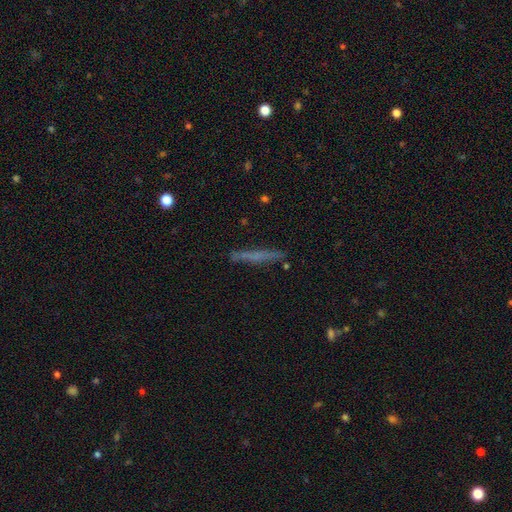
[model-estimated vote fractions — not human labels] Morphology: type=smooth (48%); merging=none (85%).